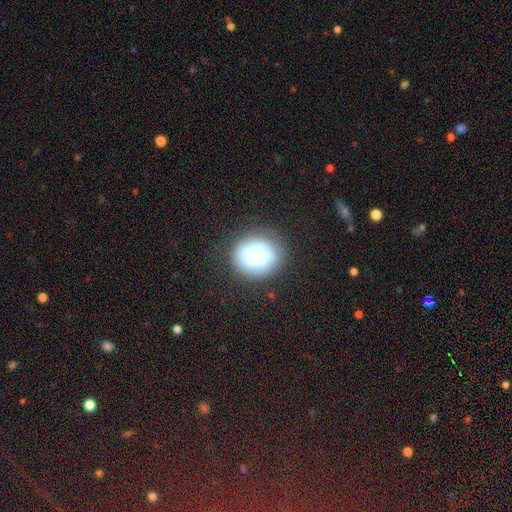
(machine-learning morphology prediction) Smooth or featured? Predicted: smooth (p=0.55). How rounded? Predicted: round (p=0.74). Merging? Predicted: none (p=0.68).